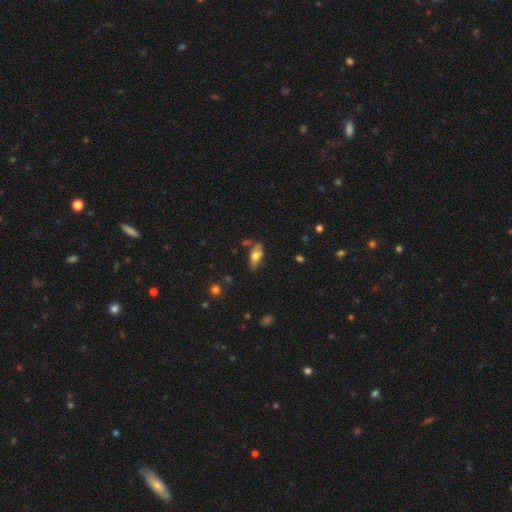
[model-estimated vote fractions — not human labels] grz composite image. It shows a smooth galaxy with no disk features (67%) that is in between round and cigar-shaped (85%). Merging: none (65%).